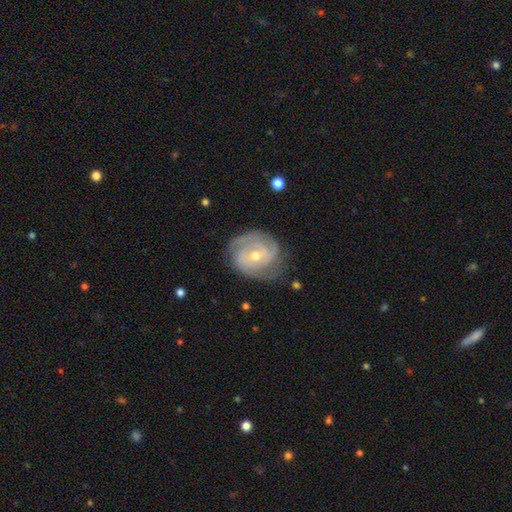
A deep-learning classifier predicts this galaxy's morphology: Smooth or featured? Predicted: featured or disk (p=0.86). Edge-on disk? Predicted: no (p=0.97). Bar? Predicted: no (p=0.56). Spiral arms? Predicted: yes (p=0.96). Spiral winding? Predicted: tight (p=0.66). Spiral arm count? Predicted: 2 (p=0.41). Bulge size? Predicted: moderate (p=0.55). Merging? Predicted: none (p=0.74).